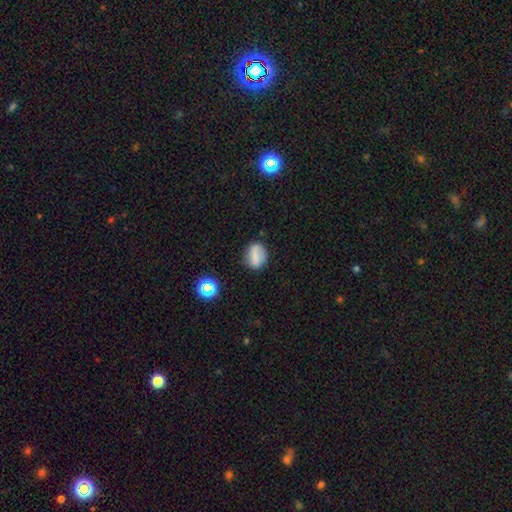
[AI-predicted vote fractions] Smooth or featured? Predicted: smooth (p=0.70). How rounded? Predicted: in between (p=0.51). Merging? Predicted: none (p=0.74).